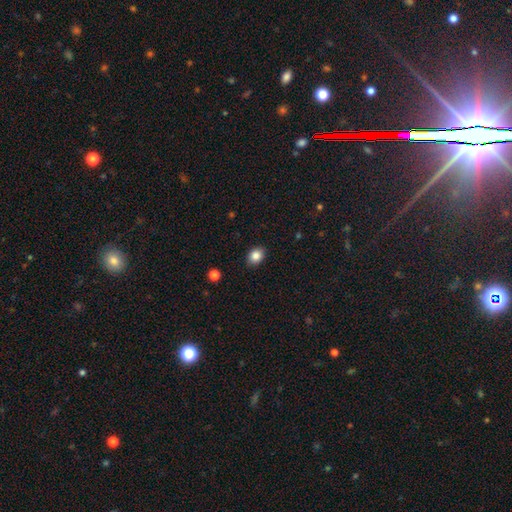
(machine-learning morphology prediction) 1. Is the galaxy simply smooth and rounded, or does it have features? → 85% smooth, 9% star or artifact, 5% featured or disk.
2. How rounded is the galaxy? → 64% in between, 35% round, 1% cigar-shaped.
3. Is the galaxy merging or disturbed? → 88% none, 9% minor disturbance, 2% major disturbance, 1% merger.